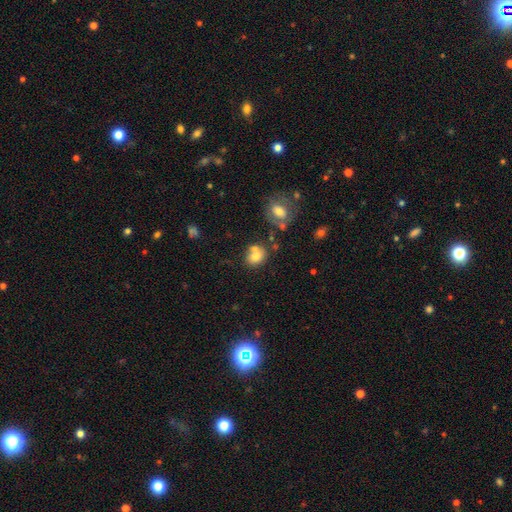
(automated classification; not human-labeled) smooth-or-featured: smooth: 75% | featured or disk: 14% | star or artifact: 11%
  how-rounded: round: 57% | in between: 42% | cigar-shaped: 1%
  merging: none: 48% | merger: 33% | minor disturbance: 14% | major disturbance: 5%